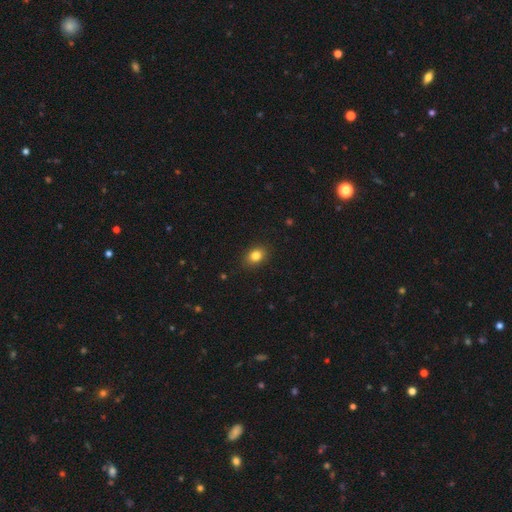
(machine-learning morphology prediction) smooth_or_featured: smooth (p=0.83) [alt: star or artifact p=0.10]
how_rounded: in between (p=0.65) [alt: round p=0.34]
merging: none (p=0.88) [alt: minor disturbance p=0.09]